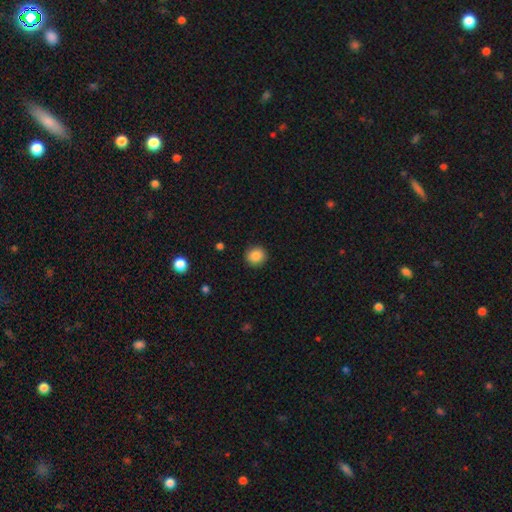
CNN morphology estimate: smooth 87%, star or artifact 9%, featured or disk 4%. Down the decision tree: how rounded — round (90%); merging — none (91%).